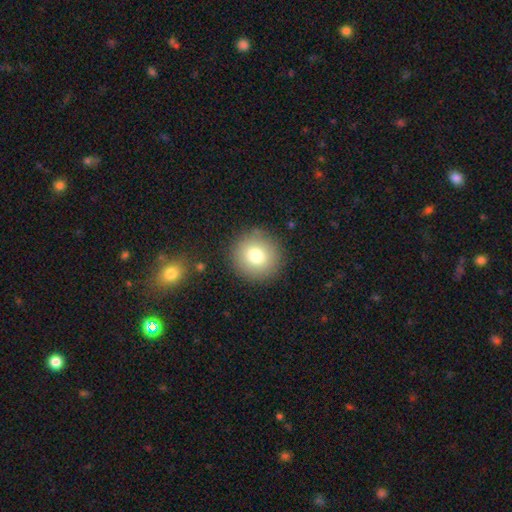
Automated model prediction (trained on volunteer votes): Overall: smooth (77%). How rounded: round (91%). Merging: none (88%).